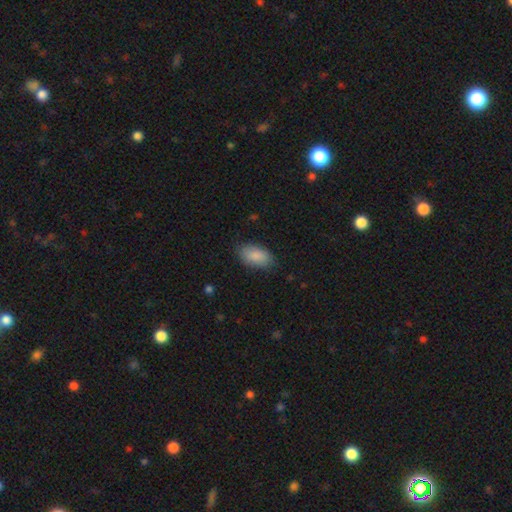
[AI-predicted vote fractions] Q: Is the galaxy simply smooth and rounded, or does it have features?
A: smooth — 87%.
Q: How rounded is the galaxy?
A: in between — 93%.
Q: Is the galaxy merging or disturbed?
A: none — 81%.